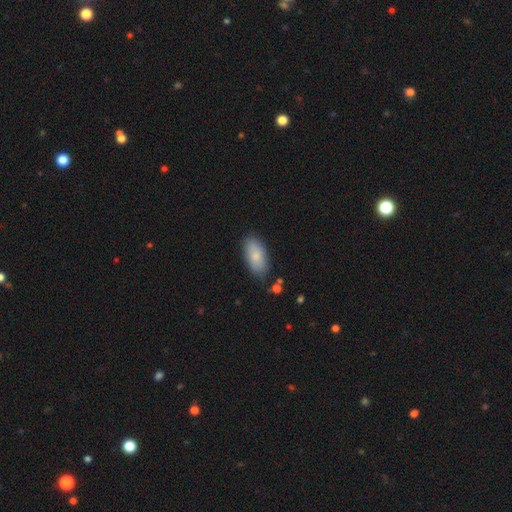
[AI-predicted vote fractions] smooth-or-featured: smooth: 82% | featured or disk: 12% | star or artifact: 6%
  how-rounded: in between: 91% | cigar-shaped: 6% | round: 2%
  merging: none: 81% | minor disturbance: 14% | major disturbance: 3% | merger: 2%